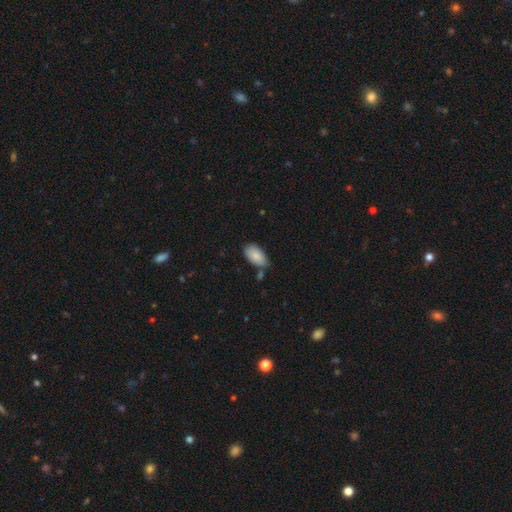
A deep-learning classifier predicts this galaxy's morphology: smooth 87%, featured or disk 7%, star or artifact 7%. Down the decision tree: how rounded — in between (95%); merging — none (68%).